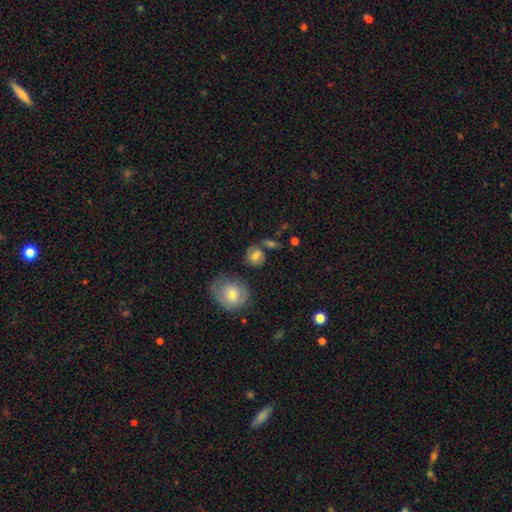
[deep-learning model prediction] This is possibly a smooth galaxy (60%). How rounded: likely round (68%). Merging: possibly none (57%).